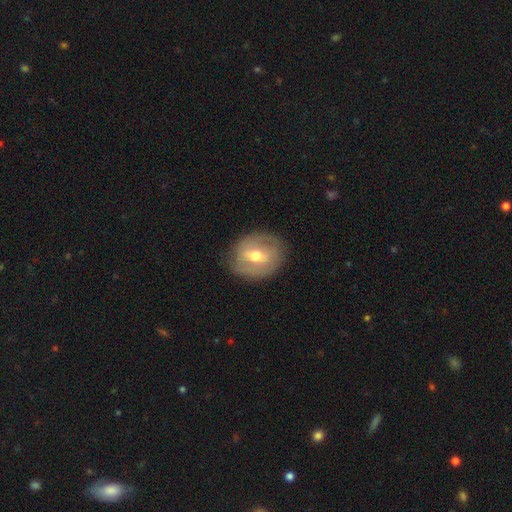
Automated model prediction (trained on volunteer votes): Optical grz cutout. It shows a featured or disk galaxy (60%) with a weak bar (45%), no spiral arms (54%) and a moderate central bulge (74%). Merging: none (81%).